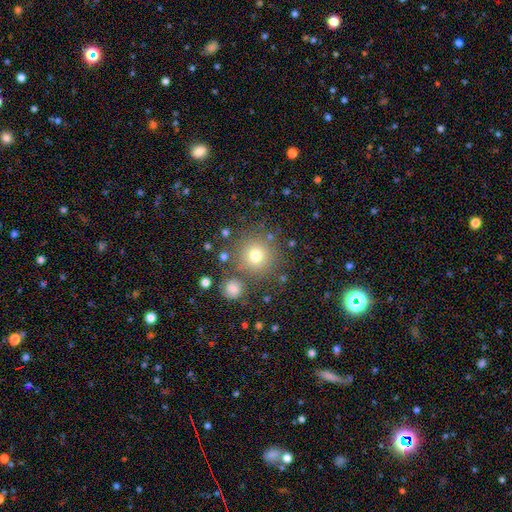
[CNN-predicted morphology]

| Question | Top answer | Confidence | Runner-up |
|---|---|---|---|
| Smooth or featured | smooth | 75% | star or artifact (15%) |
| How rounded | round | 94% | in between (5%) |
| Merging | none | 81% | minor disturbance (9%) |